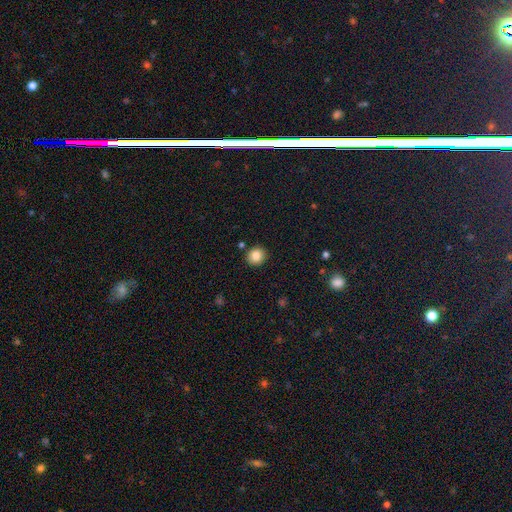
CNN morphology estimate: Smooth or featured? Predicted: smooth (p=0.84). How rounded? Predicted: round (p=0.85). Merging? Predicted: none (p=0.89).